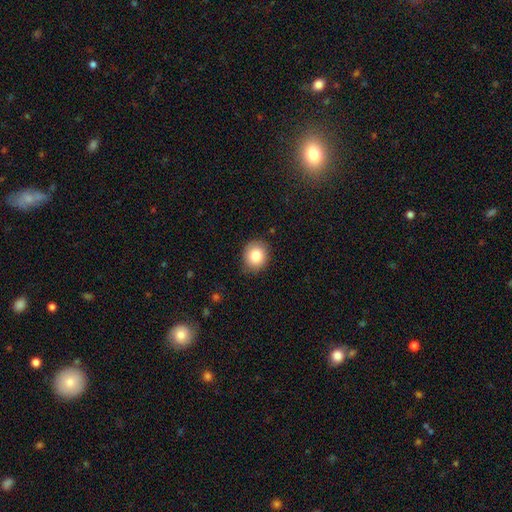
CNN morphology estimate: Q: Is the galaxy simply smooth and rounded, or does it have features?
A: smooth — 84%.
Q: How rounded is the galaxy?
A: round — 75%.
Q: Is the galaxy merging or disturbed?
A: none — 85%.